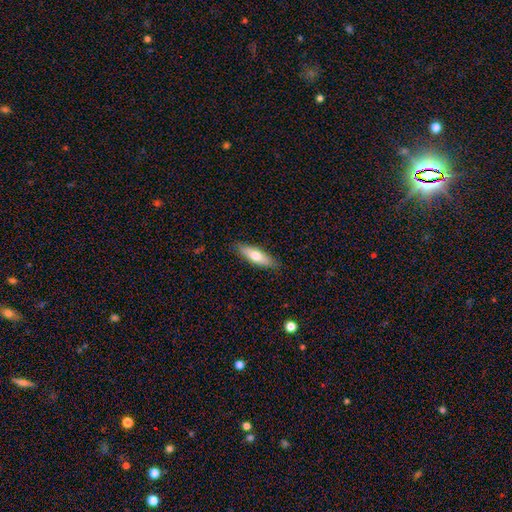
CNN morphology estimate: This appears to be a smooth galaxy with no disk features (67%) that is cigar-shaped (53%). Merging: none (87%).